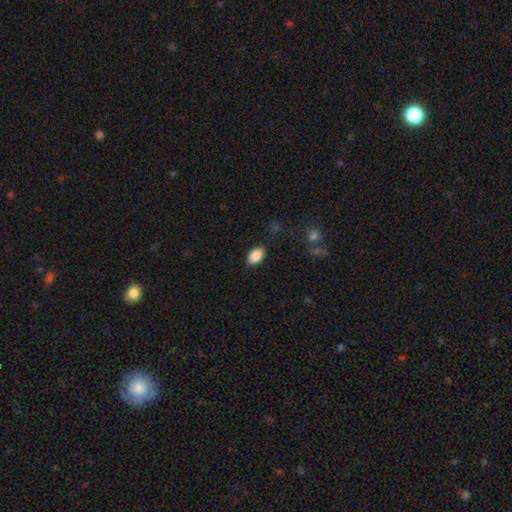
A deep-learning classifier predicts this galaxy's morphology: Smooth or featured? smooth (88%)
How rounded? in between (89%)
Merging? none (84%)